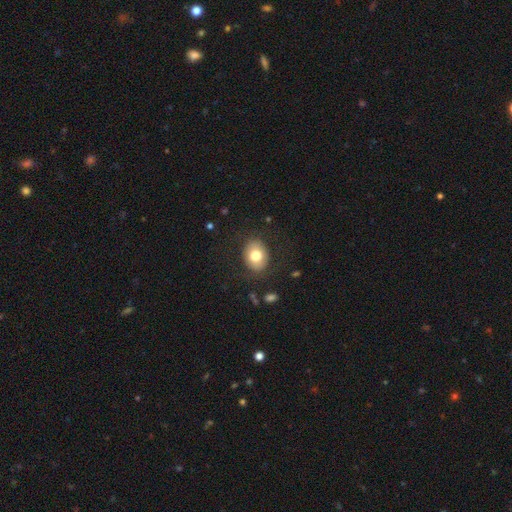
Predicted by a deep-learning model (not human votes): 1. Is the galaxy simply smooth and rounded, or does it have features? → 76% smooth, 16% featured or disk, 8% star or artifact.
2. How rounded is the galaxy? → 59% in between, 40% round, 1% cigar-shaped.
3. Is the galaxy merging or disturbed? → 83% none, 11% minor disturbance, 5% major disturbance, 1% merger.